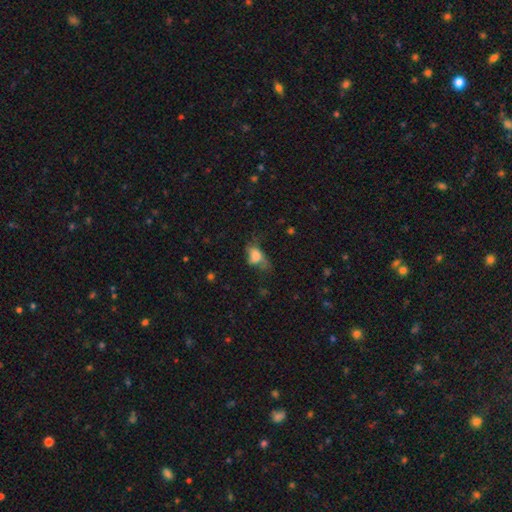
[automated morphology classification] smooth 69%, featured or disk 20%, star or artifact 11%. Down the decision tree: how rounded — in between (81%); merging — major disturbance (38%).